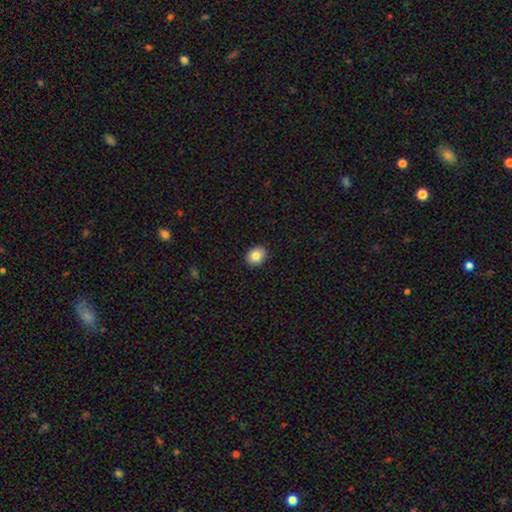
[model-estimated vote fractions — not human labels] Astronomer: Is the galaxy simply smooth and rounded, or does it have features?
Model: smooth — 84%.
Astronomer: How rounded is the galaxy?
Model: round — 56% (runner-up: in between, 43%).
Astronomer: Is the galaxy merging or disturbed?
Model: none — 91%.